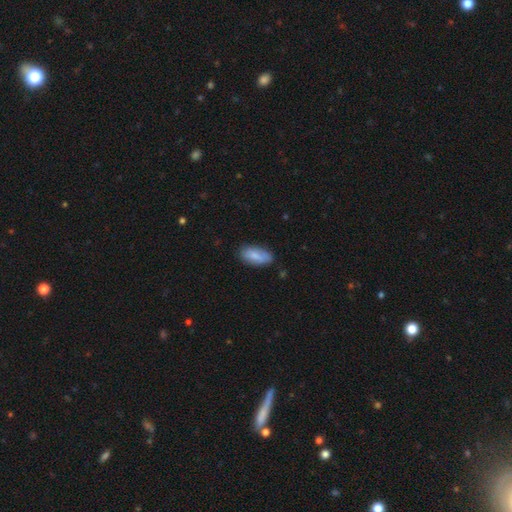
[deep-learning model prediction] smooth-or-featured: smooth: 79% | featured or disk: 14% | star or artifact: 6%
  how-rounded: in between: 90% | cigar-shaped: 8% | round: 2%
  merging: none: 74% | minor disturbance: 20% | major disturbance: 4% | merger: 2%